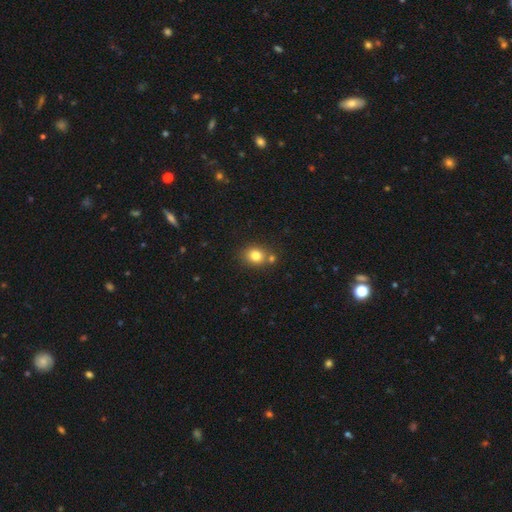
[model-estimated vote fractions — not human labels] Smooth or featured? Predicted: smooth (p=0.80). How rounded? Predicted: round (p=0.63). Merging? Predicted: none (p=0.69).